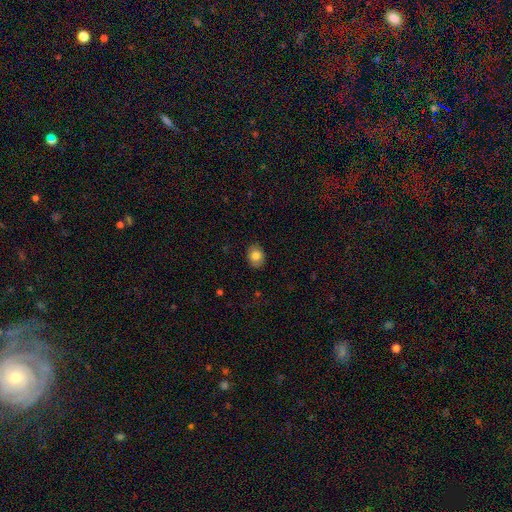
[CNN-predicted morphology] Q: Smooth or featured?
A: smooth (81%); runner-up: featured or disk (11%)
Q: How rounded?
A: in between (56%); runner-up: round (43%)
Q: Merging?
A: none (87%); runner-up: minor disturbance (10%)